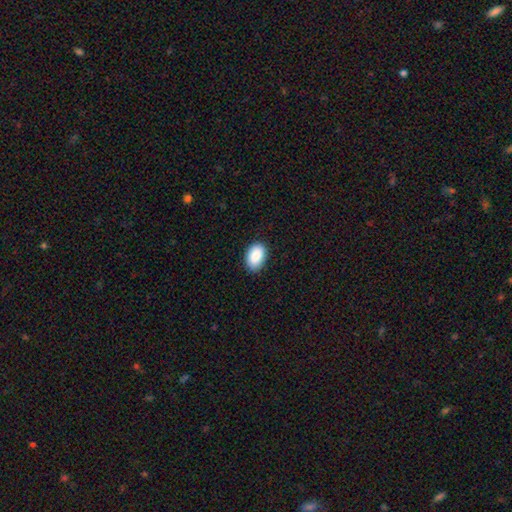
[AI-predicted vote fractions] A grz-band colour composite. It shows a smooth galaxy with no disk features (89%) that is in between round and cigar-shaped (90%). Merging: none (87%).